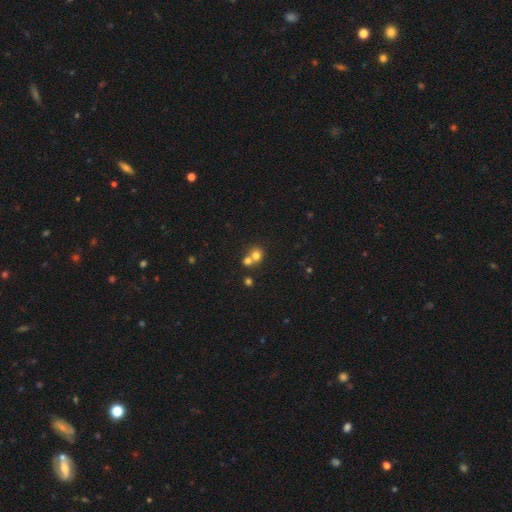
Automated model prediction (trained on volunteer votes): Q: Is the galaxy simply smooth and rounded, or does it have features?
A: smooth — 74%.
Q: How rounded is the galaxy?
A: round — 81%.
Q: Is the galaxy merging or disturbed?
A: merger — 51%.